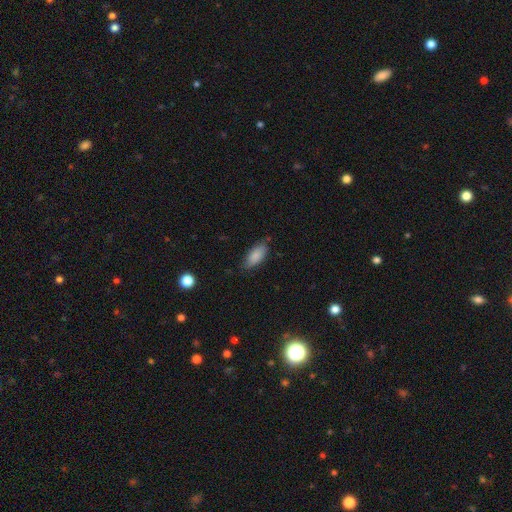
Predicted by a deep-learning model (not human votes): Smooth or featured?
  - smooth: 86% *
  - featured or disk: 8%
  - star or artifact: 7%
How rounded?
  - in between: 85% *
  - cigar-shaped: 13%
  - round: 2%
Merging?
  - none: 76% *
  - minor disturbance: 19%
  - major disturbance: 3%
  - merger: 2%